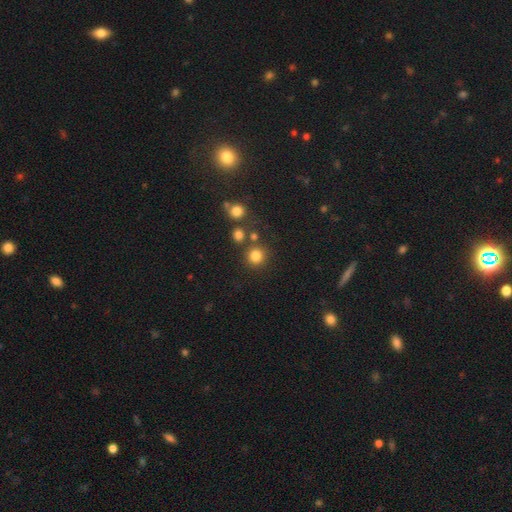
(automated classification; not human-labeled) Smooth or featured: smooth — 81% (star or artifact — 14%)
How rounded: round — 92% (in between — 7%)
Merging: none — 80% (merger — 9%)